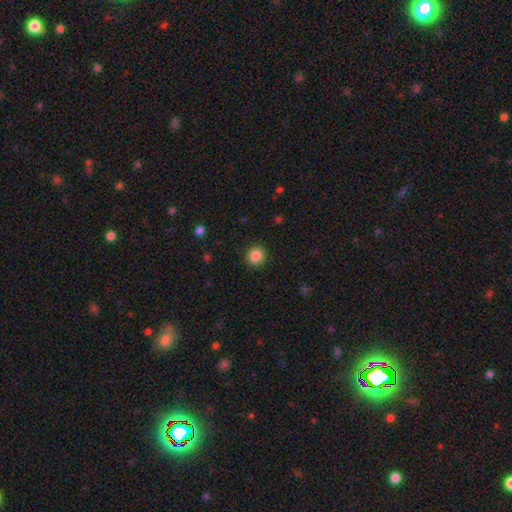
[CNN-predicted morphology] Smooth or featured? smooth (87%)
How rounded? round (86%)
Merging? none (90%)